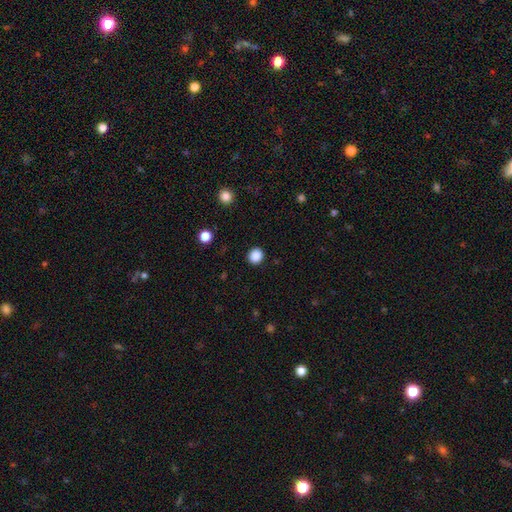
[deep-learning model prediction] Smooth or featured? smooth (87%)
How rounded? round (87%)
Merging? none (91%)